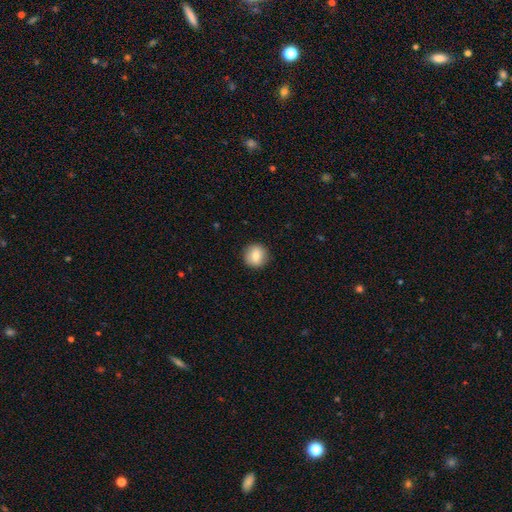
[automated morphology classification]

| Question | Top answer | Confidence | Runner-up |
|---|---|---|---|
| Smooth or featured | smooth | 83% | featured or disk (9%) |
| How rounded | round | 92% | in between (7%) |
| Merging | none | 90% | minor disturbance (7%) |